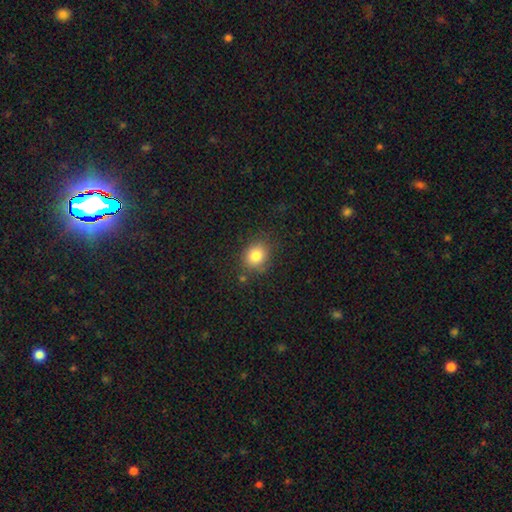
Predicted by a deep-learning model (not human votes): smooth-or-featured: smooth: 82% | star or artifact: 11% | featured or disk: 8%
  how-rounded: round: 61% | in between: 38% | cigar-shaped: 1%
  merging: none: 80% | minor disturbance: 13% | major disturbance: 4% | merger: 3%